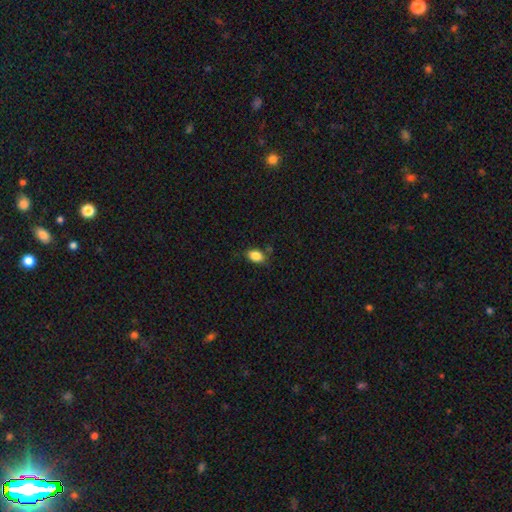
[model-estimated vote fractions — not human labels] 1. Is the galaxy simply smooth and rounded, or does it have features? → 86% smooth, 9% star or artifact, 5% featured or disk.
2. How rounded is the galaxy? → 83% in between, 16% round, 2% cigar-shaped.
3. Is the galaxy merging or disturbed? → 78% none, 15% minor disturbance, 3% major disturbance, 3% merger.